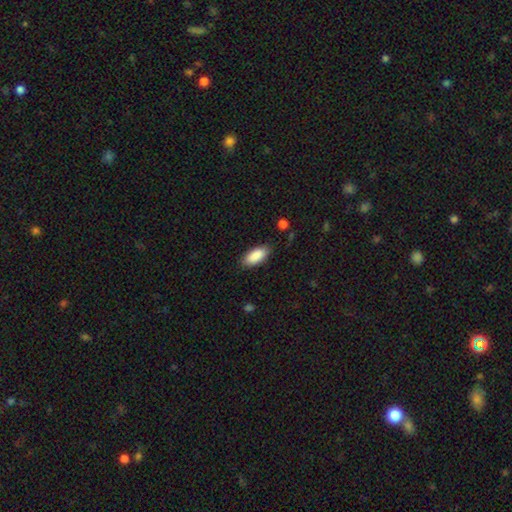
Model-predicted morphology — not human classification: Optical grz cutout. It shows a smooth galaxy with no disk features (89%) that is in between round and cigar-shaped (87%). Merging: none (85%).